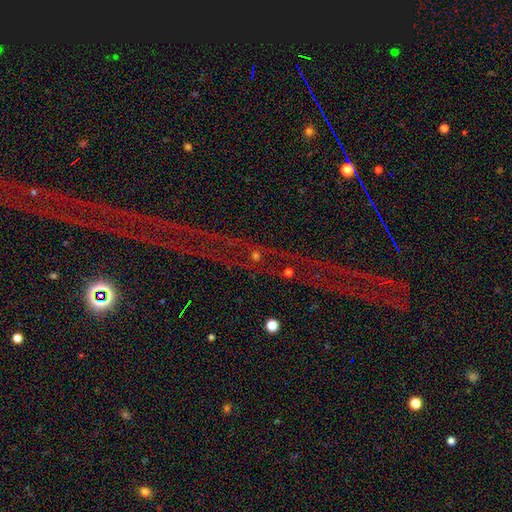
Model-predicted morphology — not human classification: This is likely a star or artifact rather than a galaxy (71%).